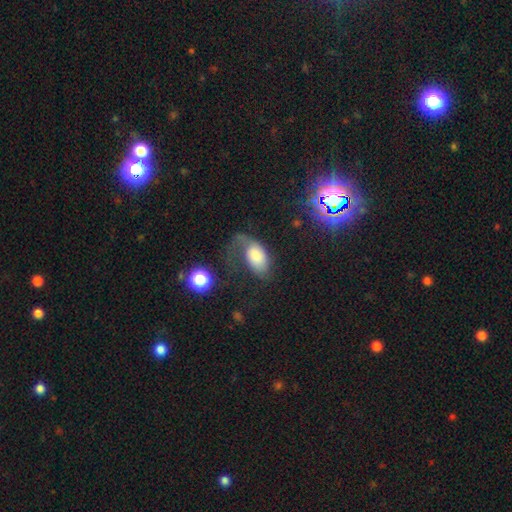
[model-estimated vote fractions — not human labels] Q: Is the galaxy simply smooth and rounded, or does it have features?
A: smooth — 55%.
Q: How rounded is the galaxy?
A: in between — 90%.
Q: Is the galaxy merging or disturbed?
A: major disturbance — 46%.